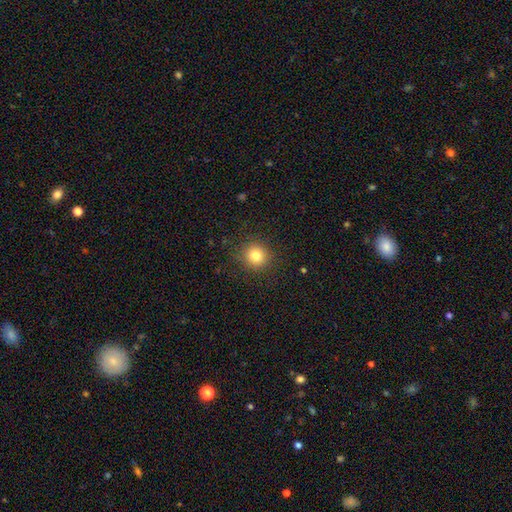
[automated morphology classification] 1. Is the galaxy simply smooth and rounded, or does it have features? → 80% smooth, 13% star or artifact, 7% featured or disk.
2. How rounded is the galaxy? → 92% round, 7% in between, 1% cigar-shaped.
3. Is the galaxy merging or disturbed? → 89% none, 7% minor disturbance, 3% major disturbance, 1% merger.